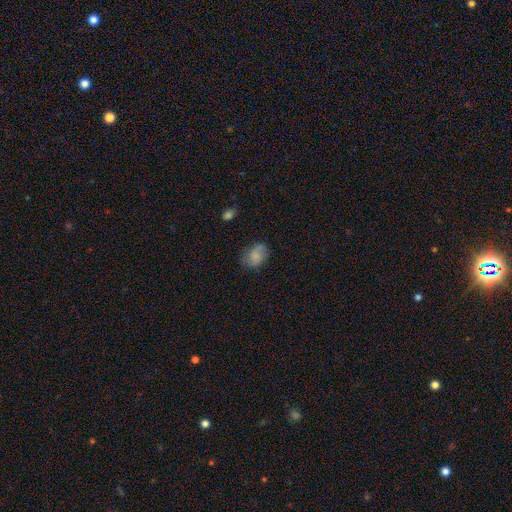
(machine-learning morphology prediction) smooth_or_featured: smooth (p=0.72) [alt: featured or disk p=0.18]
how_rounded: in between (p=0.76) [alt: round p=0.23]
merging: none (p=0.60) [alt: minor disturbance p=0.27]